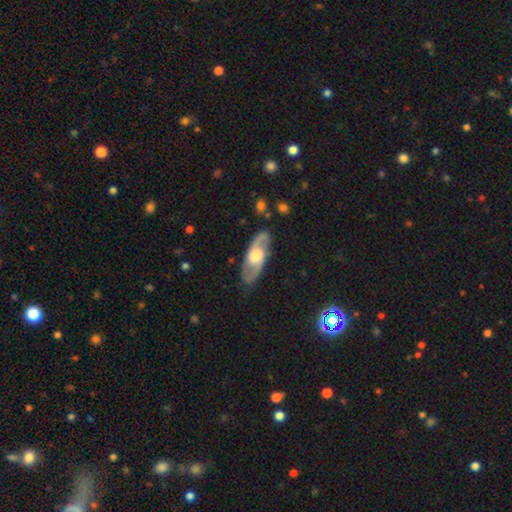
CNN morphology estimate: A featured or disk galaxy (77%) with no bar (62%), 2 (89%) medium (50%) spiral arms (87%) and a moderate central bulge (48%).

Vote fractions:
- Smooth or featured? featured or disk: 77% / smooth: 18% / star or artifact: 5%
- Edge-on disk? no: 85% / yes: 15%
- Bar? no: 62% / weak: 31% / strong: 7%
- Spiral arms? yes: 87% / no: 13%
- Spiral winding? medium: 50% / loose: 30% / tight: 20%
- Spiral arm count? 2: 89% / can't tell: 7% / 1: 2% / 3: 1% / 4: 1% / more than 4: 1%
- Bulge size? moderate: 48% / large: 38% / small: 8% / none: 3% / dominant: 2%
- Merging? none: 83% / minor disturbance: 12% / major disturbance: 4% / merger: 2%